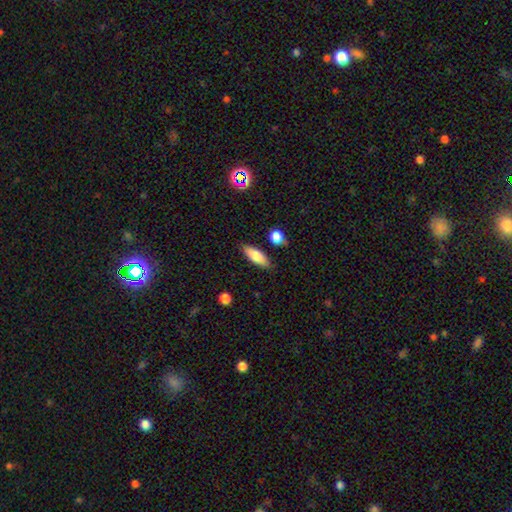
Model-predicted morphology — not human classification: Smooth or featured: smooth — 78% (featured or disk — 15%)
How rounded: in between — 67% (cigar-shaped — 31%)
Merging: none — 83% (minor disturbance — 11%)